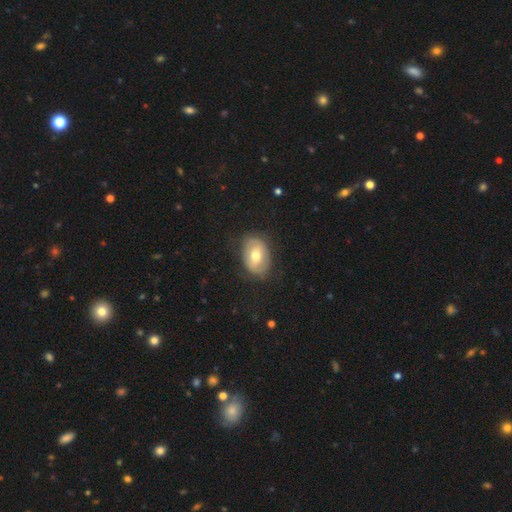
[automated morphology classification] This is possibly a smooth galaxy (56%). How rounded: likely in between (79%). Merging: likely none (79%).